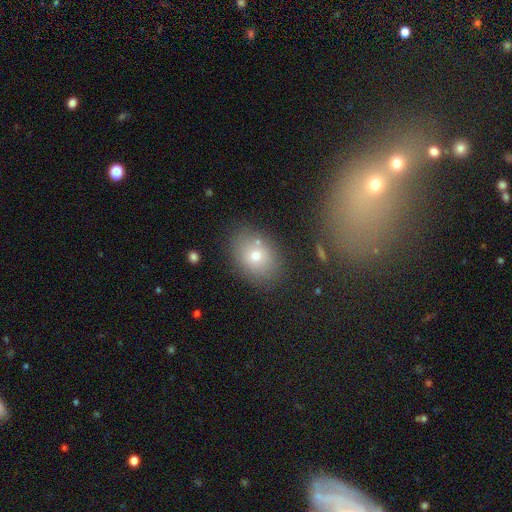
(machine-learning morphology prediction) This is likely a smooth galaxy (71%). How rounded: likely in between (60%). Merging: likely none (78%).